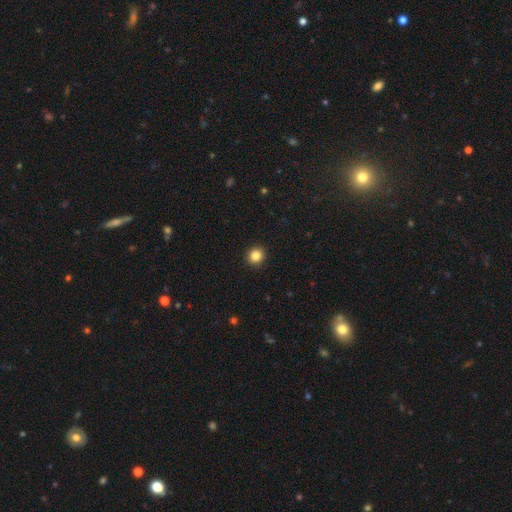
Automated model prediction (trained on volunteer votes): The model was most divided on "smooth or featured": smooth: 85%, star or artifact: 11%, featured or disk: 4%. More confident: merging — none (93%); how rounded — round (92%).